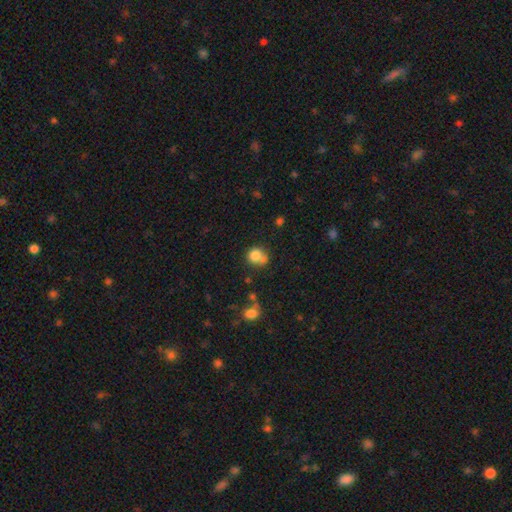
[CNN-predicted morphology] smooth-or-featured: smooth: 79% | star or artifact: 11% | featured or disk: 9%
  how-rounded: round: 79% | in between: 20% | cigar-shaped: 1%
  merging: none: 47% | merger: 29% | minor disturbance: 16% | major disturbance: 7%